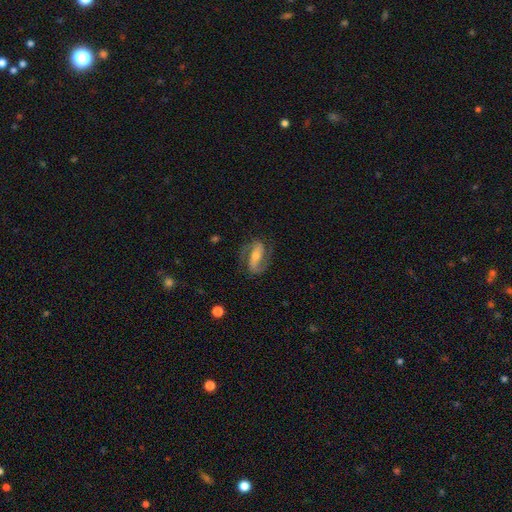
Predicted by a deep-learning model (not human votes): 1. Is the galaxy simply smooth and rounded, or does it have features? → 83% featured or disk, 12% smooth, 6% star or artifact.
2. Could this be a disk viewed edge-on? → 95% no, 5% yes.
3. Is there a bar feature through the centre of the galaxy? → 50% strong, 29% weak, 20% no.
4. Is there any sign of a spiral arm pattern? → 95% yes, 5% no.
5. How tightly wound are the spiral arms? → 50% medium, 26% loose, 24% tight.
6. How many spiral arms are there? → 90% 2, 4% can't tell, 3% 1, 1% 3, 1% 4, 1% more than 4.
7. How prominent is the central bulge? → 49% moderate, 42% small, 5% large, 3% none, 1% dominant.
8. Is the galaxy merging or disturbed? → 77% none, 14% minor disturbance, 7% major disturbance, 1% merger.